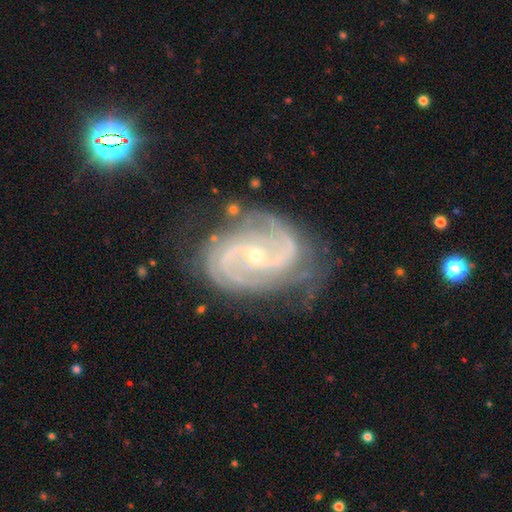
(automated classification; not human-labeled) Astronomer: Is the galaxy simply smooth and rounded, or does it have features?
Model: featured or disk — 91%.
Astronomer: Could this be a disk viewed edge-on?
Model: no — 98%.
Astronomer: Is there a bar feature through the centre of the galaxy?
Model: no — 49% (runner-up: weak, 37%).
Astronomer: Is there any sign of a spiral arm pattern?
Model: yes — 98%.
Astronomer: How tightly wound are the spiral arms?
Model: medium — 50% (runner-up: tight, 37%).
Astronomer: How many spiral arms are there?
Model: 2 — 74%.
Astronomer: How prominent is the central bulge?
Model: small — 75%.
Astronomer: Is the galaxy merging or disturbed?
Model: none — 64%.